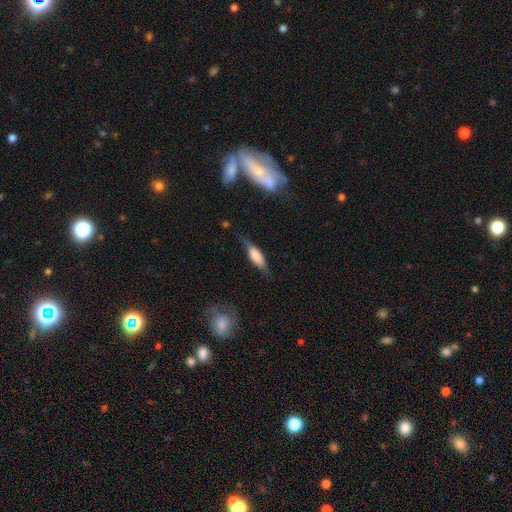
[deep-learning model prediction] Overall: smooth (61%; featured or disk 32%). How rounded: in between (53%; cigar-shaped 44%). Merging: none (61%; minor disturbance 27%).